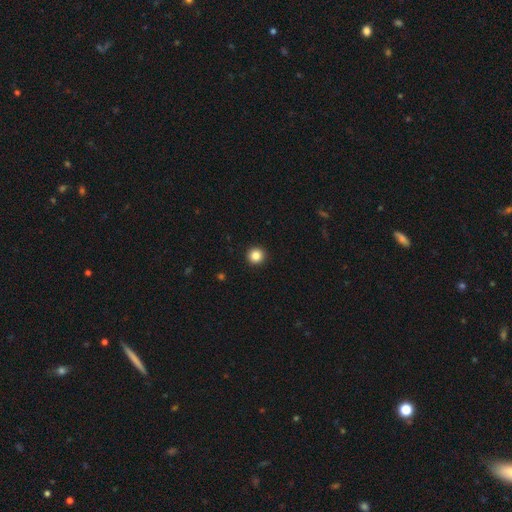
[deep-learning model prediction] Smooth or featured? Predicted: smooth (p=0.85). How rounded? Predicted: round (p=0.96). Merging? Predicted: none (p=0.94).